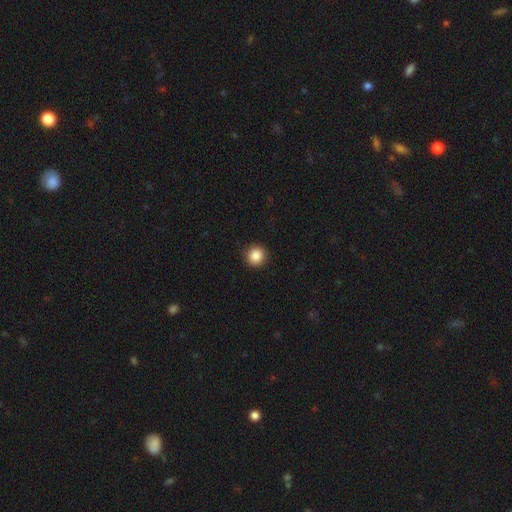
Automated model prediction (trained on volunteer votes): Q: Smooth or featured?
A: smooth (87%); runner-up: star or artifact (10%)
Q: How rounded?
A: round (95%); runner-up: in between (4%)
Q: Merging?
A: none (92%); runner-up: minor disturbance (5%)